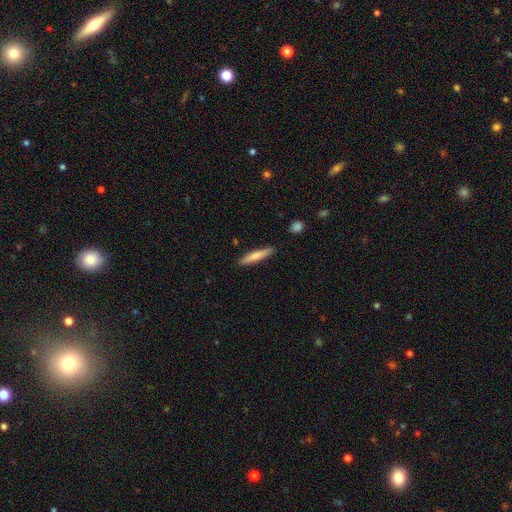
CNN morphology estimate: Smooth or featured? Predicted: smooth (p=0.72). How rounded? Predicted: cigar-shaped (p=0.90). Merging? Predicted: none (p=0.87).